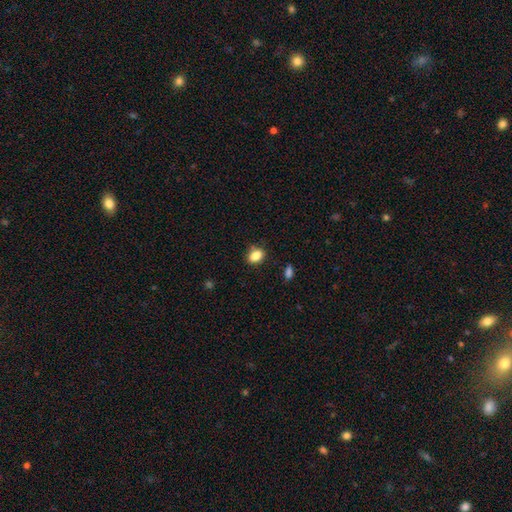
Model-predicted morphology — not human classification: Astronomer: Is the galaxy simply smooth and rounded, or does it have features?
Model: smooth — 86%.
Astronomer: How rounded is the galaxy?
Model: in between — 73%.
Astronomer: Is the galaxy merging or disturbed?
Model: none — 79%.